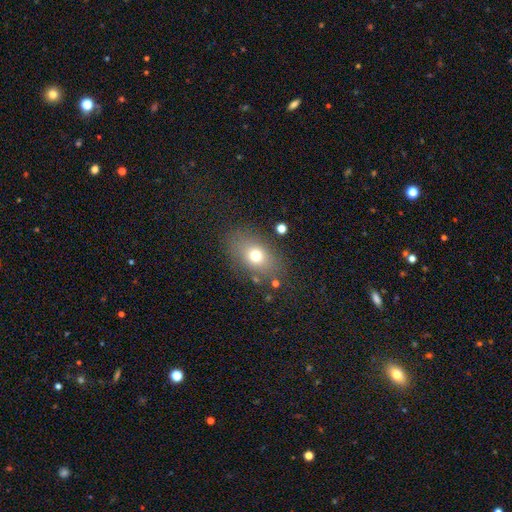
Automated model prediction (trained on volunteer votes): smooth_or_featured: smooth (p=0.71) [alt: featured or disk p=0.16]
how_rounded: in between (p=0.74) [alt: round p=0.24]
merging: none (p=0.78) [alt: minor disturbance p=0.13]